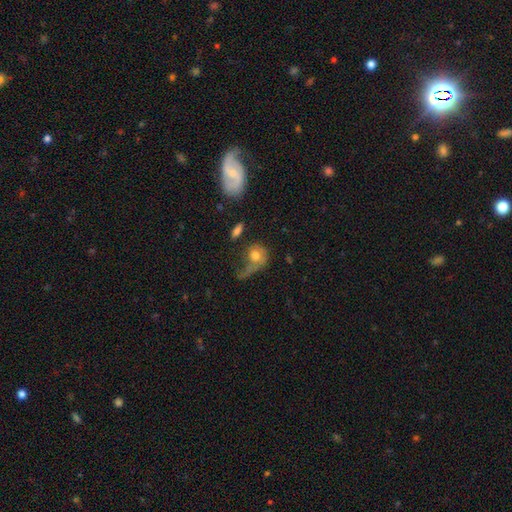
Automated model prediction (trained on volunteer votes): Morphology: type=smooth (67%); roundness=round (67%); merging=major disturbance (42%).